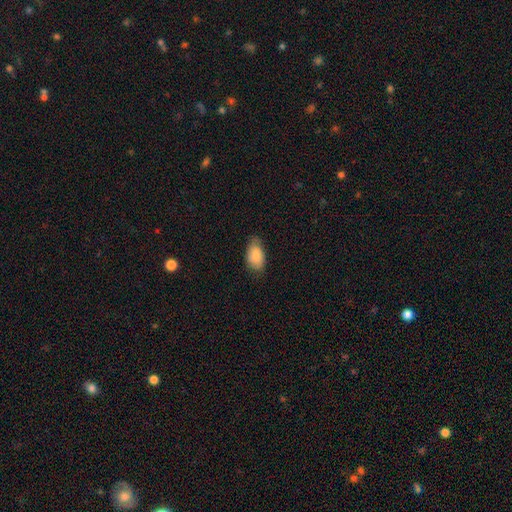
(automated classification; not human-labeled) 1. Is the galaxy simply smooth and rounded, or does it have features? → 85% smooth, 8% featured or disk, 7% star or artifact.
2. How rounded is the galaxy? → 92% in between, 6% round, 2% cigar-shaped.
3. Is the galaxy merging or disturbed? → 65% none, 28% minor disturbance, 6% major disturbance, 1% merger.